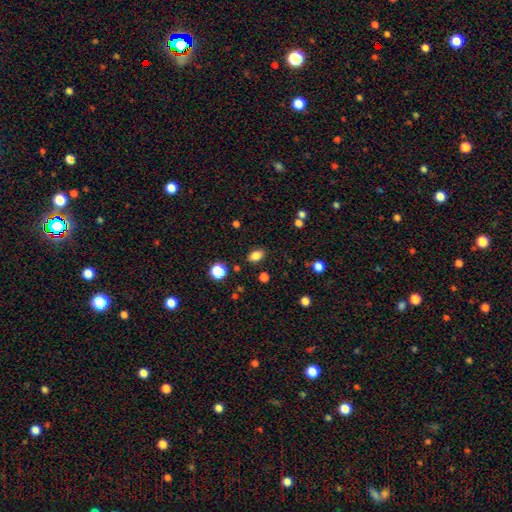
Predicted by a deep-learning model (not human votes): This is clearly a smooth galaxy (83%). How rounded: clearly in between (81%). Merging: clearly none (84%).